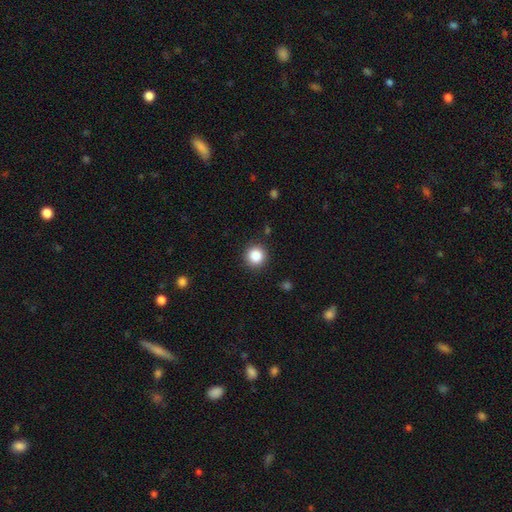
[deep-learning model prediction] Smooth or featured? Predicted: smooth (p=0.86). How rounded? Predicted: round (p=0.93). Merging? Predicted: none (p=0.90).